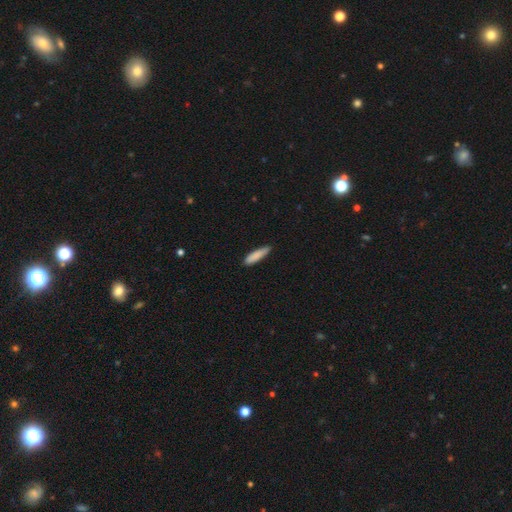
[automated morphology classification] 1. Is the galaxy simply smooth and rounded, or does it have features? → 86% smooth, 8% featured or disk, 6% star or artifact.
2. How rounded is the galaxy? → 77% cigar-shaped, 21% in between, 1% round.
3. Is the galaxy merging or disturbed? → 82% none, 15% minor disturbance, 2% major disturbance, 1% merger.